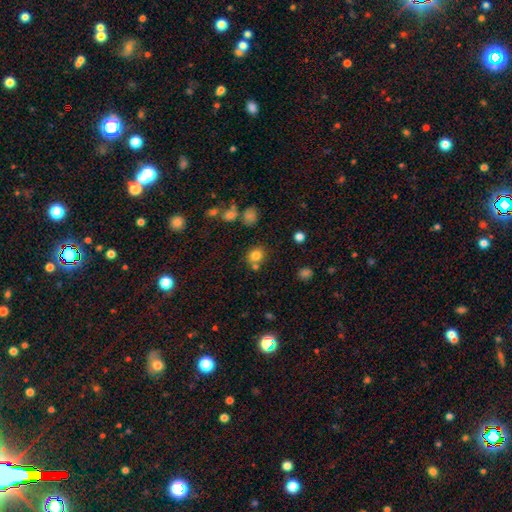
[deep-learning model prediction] Morphology: type=smooth (79%); roundness=round (75%); merging=none (67%).